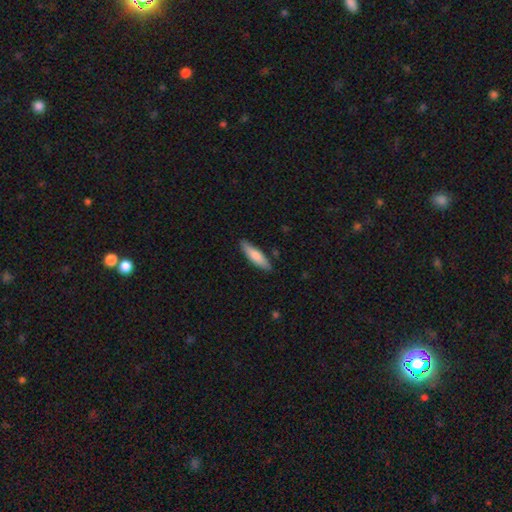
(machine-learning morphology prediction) This appears to be a smooth galaxy with no disk features (77%) that is cigar-shaped (66%). Merging: none (85%).